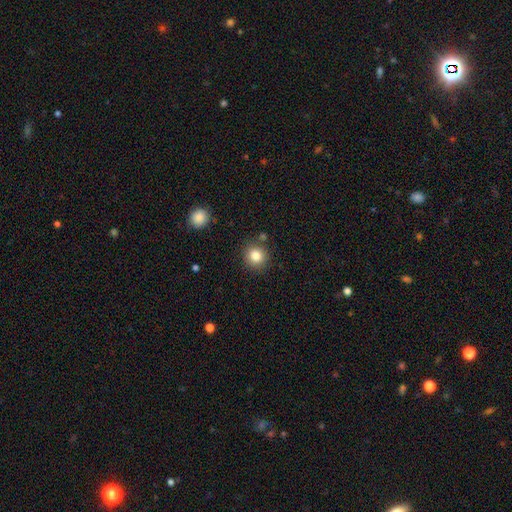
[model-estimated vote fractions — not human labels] The model was most divided on "smooth or featured": smooth: 84%, star or artifact: 10%, featured or disk: 6%. More confident: how rounded — round (92%); merging — none (85%).